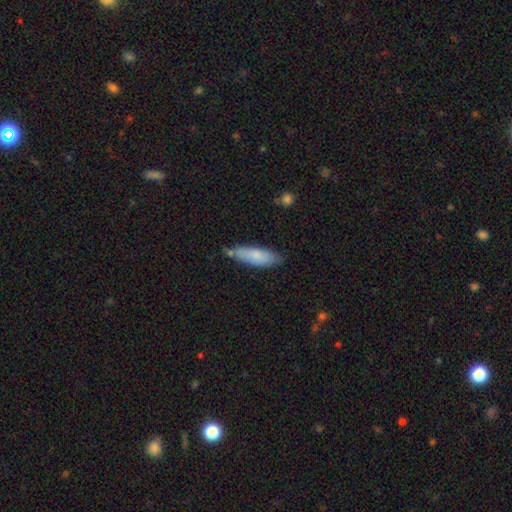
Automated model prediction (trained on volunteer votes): smooth 80%, featured or disk 14%, star or artifact 6%. Down the decision tree: how rounded — in between (50%); merging — none (66%).